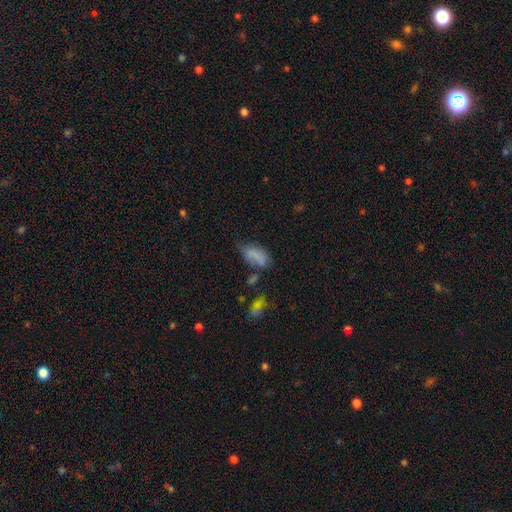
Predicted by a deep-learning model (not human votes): This is likely a smooth galaxy (72%). How rounded: clearly in between (90%). Merging: marginally none (35%).